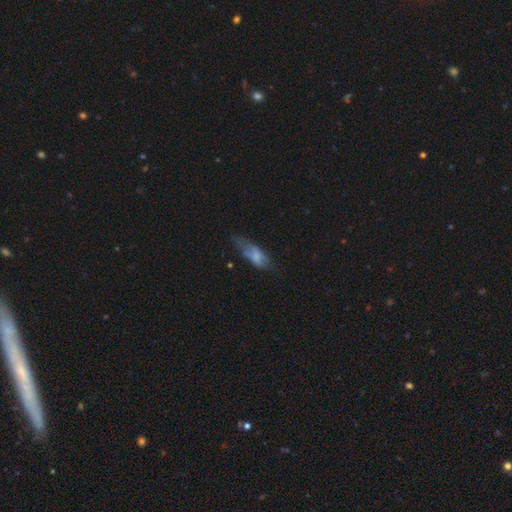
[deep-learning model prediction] smooth-or-featured: smooth: 64% | featured or disk: 28% | star or artifact: 9%
  how-rounded: in between: 70% | cigar-shaped: 28% | round: 2%
  merging: none: 39% | minor disturbance: 33% | major disturbance: 25% | merger: 3%